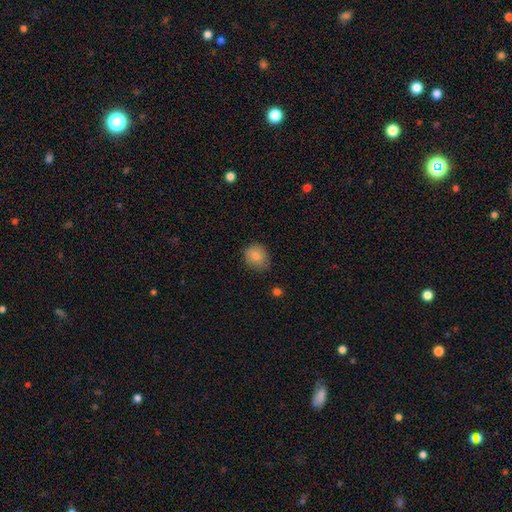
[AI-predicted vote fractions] Smooth or featured: smooth — 83% (featured or disk — 9%)
How rounded: round — 68% (in between — 31%)
Merging: none — 75% (minor disturbance — 20%)